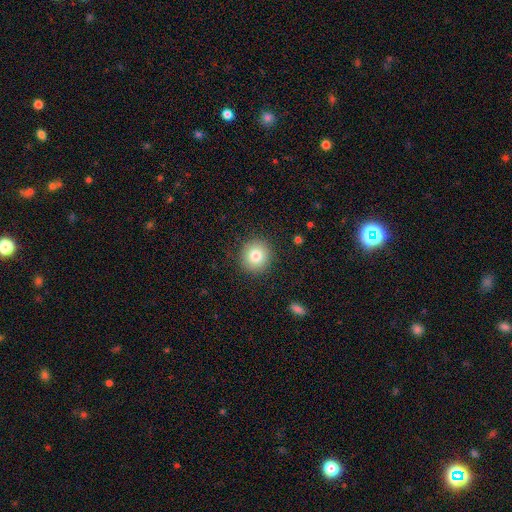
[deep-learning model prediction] The model was most divided on "smooth or featured": smooth: 81%, star or artifact: 10%, featured or disk: 9%. More confident: how rounded — round (89%); merging — none (89%).